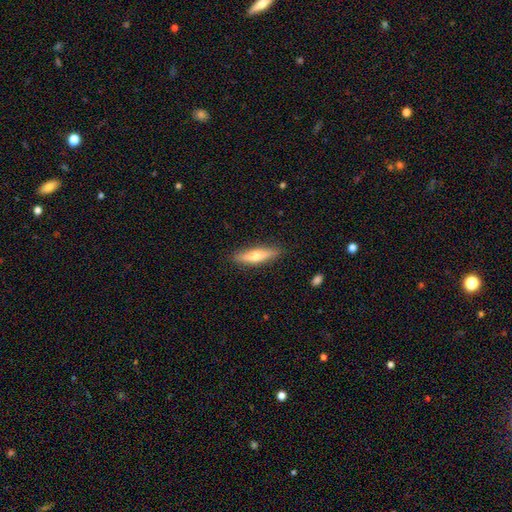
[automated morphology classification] smooth 55%, featured or disk 39%, star or artifact 6%. Down the decision tree: how rounded — cigar-shaped (73%); merging — none (88%).